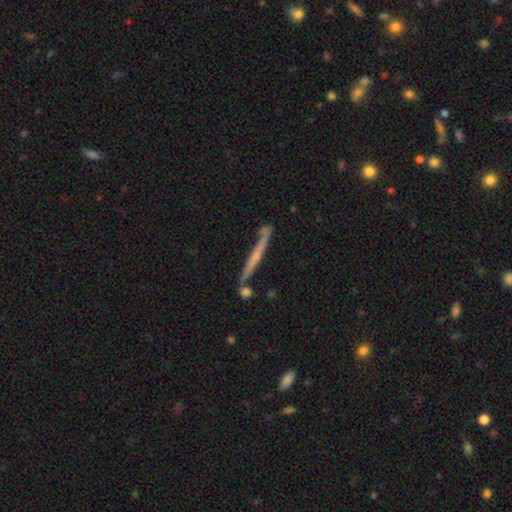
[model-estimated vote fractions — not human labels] The model was most divided on "edge-on bulge": none: 60%, rounded: 31%, boxy: 9%. More confident: edge-on disk — yes (95%); merging — none (77%); smooth or featured — featured or disk (62%).